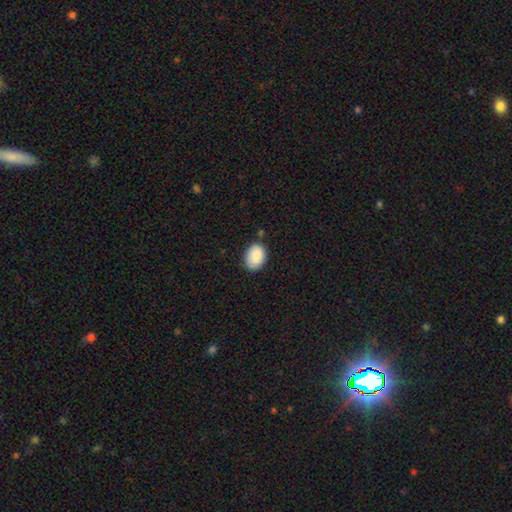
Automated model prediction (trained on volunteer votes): Morphology: type=smooth (88%); roundness=in between (75%); merging=none (79%).